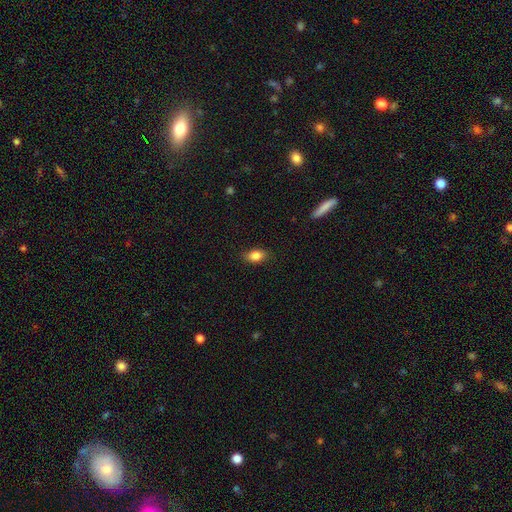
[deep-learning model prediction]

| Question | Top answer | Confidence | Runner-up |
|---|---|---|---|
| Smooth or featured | smooth | 85% | star or artifact (8%) |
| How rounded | in between | 84% | round (13%) |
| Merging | none | 86% | minor disturbance (10%) |